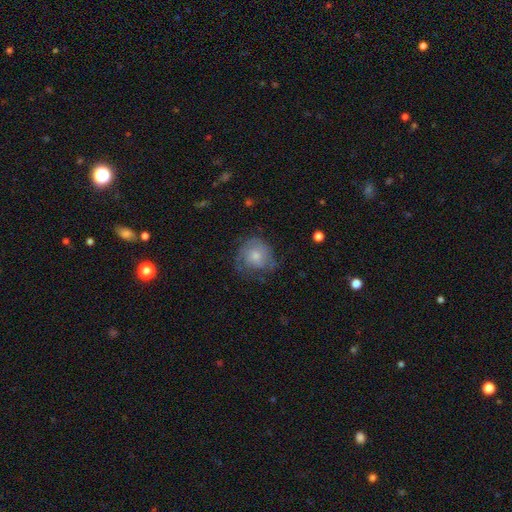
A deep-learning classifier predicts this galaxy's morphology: Smooth or featured: smooth — 62% (featured or disk — 30%)
How rounded: round — 83% (in between — 16%)
Merging: none — 54% (minor disturbance — 28%)